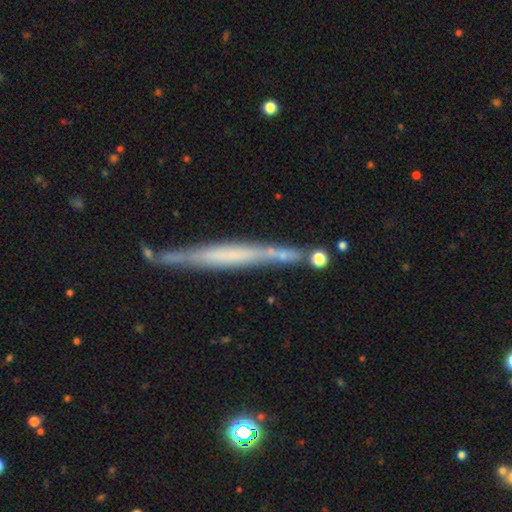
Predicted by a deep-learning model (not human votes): featured or disk 66%, smooth 27%, star or artifact 7%. Down the decision tree: edge-on disk — yes (95%); edge-on bulge — none (69%); merging — none (81%).